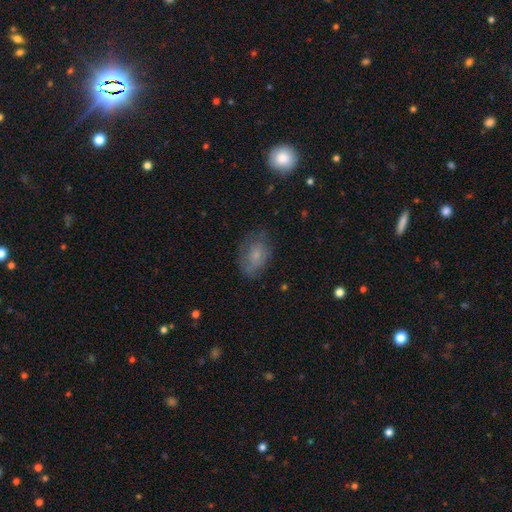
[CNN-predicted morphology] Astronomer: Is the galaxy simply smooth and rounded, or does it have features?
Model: smooth — 59%.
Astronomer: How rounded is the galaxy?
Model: in between — 77%.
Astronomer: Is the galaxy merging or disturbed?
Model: none — 60%.